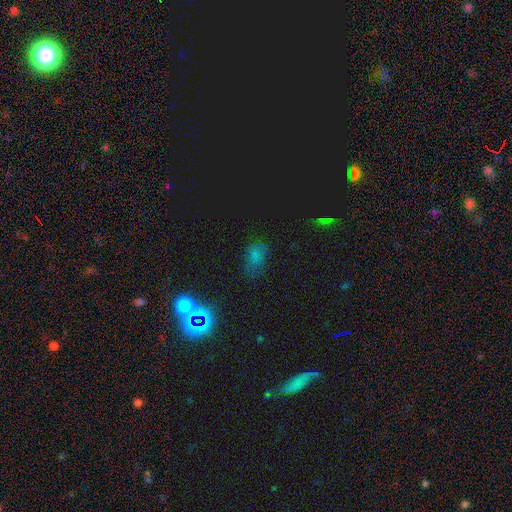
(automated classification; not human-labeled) This is possibly a smooth galaxy (52%). How rounded: likely in between (76%). Merging: possibly none (57%).